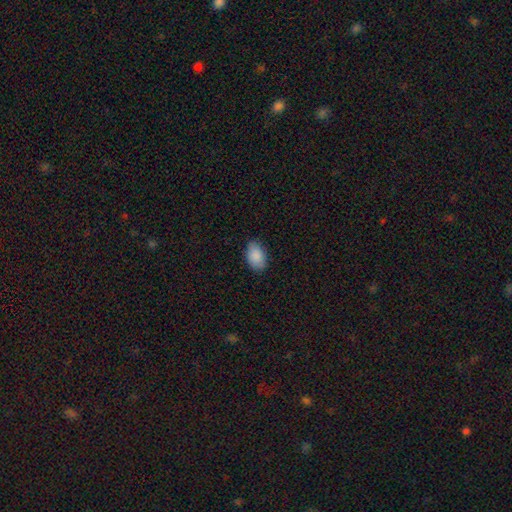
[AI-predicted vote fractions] Smooth or featured: smooth — 89% (star or artifact — 7%)
How rounded: in between — 92% (round — 6%)
Merging: none — 84% (minor disturbance — 13%)